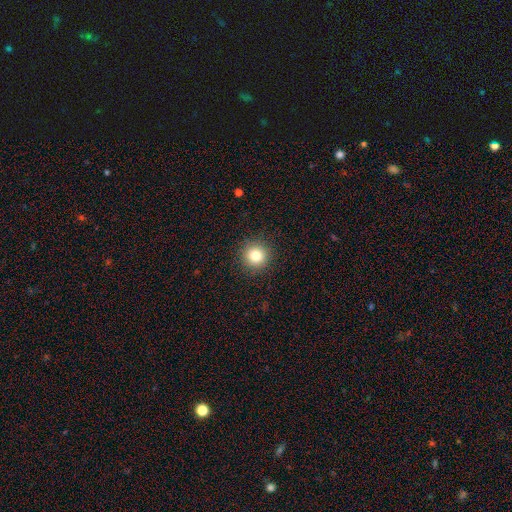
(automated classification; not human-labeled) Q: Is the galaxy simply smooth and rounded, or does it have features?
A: smooth — 81%.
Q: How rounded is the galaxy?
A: round — 95%.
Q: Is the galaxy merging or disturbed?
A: none — 92%.